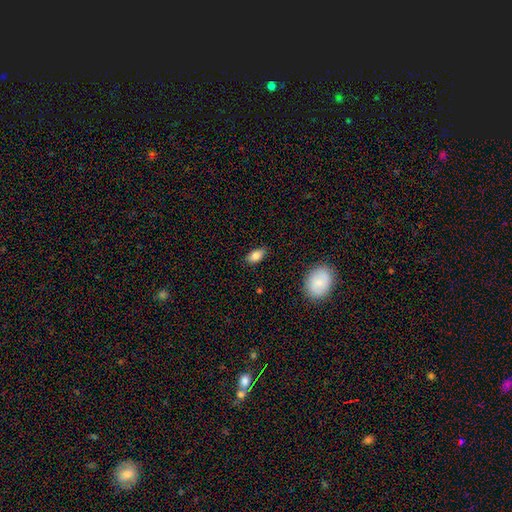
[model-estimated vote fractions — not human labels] Smooth or featured: smooth — 82% (featured or disk — 10%)
How rounded: in between — 90% (round — 5%)
Merging: none — 85% (minor disturbance — 12%)